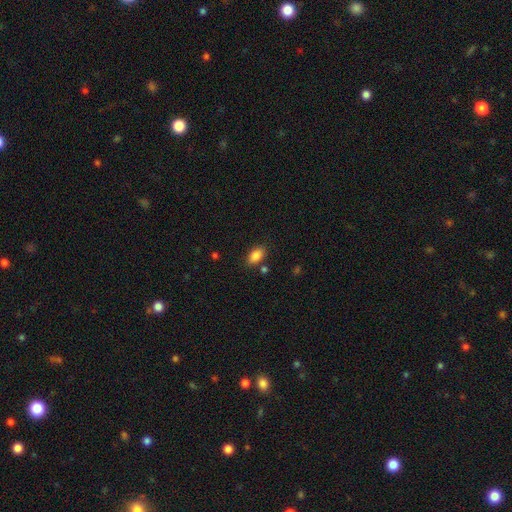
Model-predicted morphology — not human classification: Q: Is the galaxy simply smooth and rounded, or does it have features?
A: smooth — 86%.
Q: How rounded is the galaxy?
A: in between — 90%.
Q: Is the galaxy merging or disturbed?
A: none — 80%.